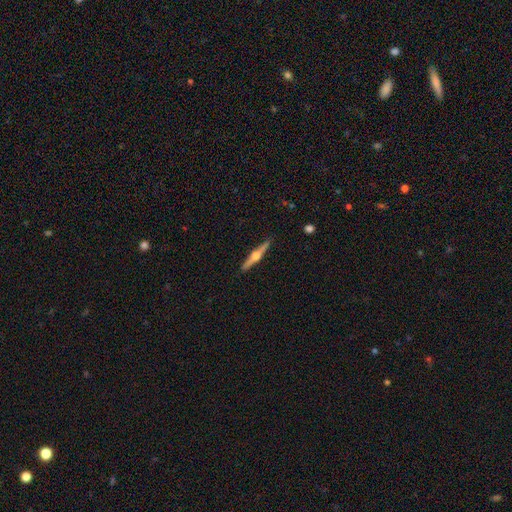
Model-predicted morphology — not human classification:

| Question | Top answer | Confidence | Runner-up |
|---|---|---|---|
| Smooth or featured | featured or disk | 78% | smooth (17%) |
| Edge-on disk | yes | 98% | no (2%) |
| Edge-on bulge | rounded | 95% | boxy (3%) |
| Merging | none | 91% | minor disturbance (6%) |